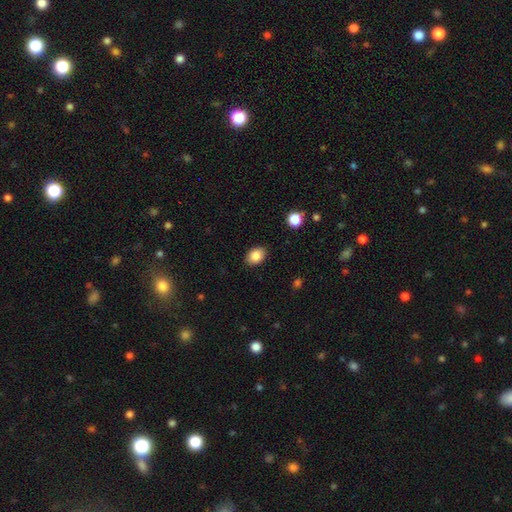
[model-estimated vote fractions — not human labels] Smooth or featured? smooth (85%)
How rounded? in between (73%)
Merging? none (88%)